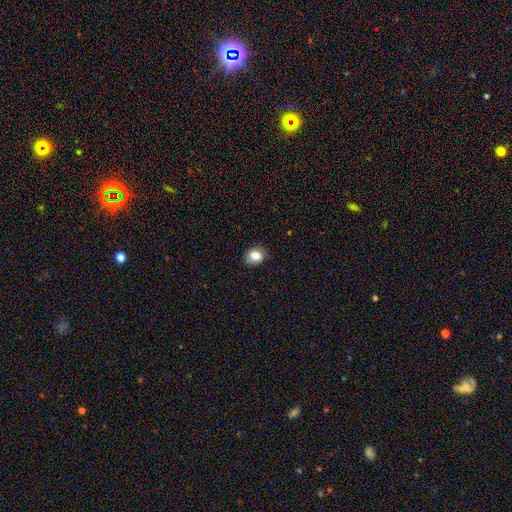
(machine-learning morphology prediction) Smooth or featured?
  - smooth: 78% *
  - featured or disk: 12%
  - star or artifact: 9%
How rounded?
  - round: 52% *
  - in between: 47%
  - cigar-shaped: 1%
Merging?
  - none: 83% *
  - minor disturbance: 14%
  - major disturbance: 3%
  - merger: 1%